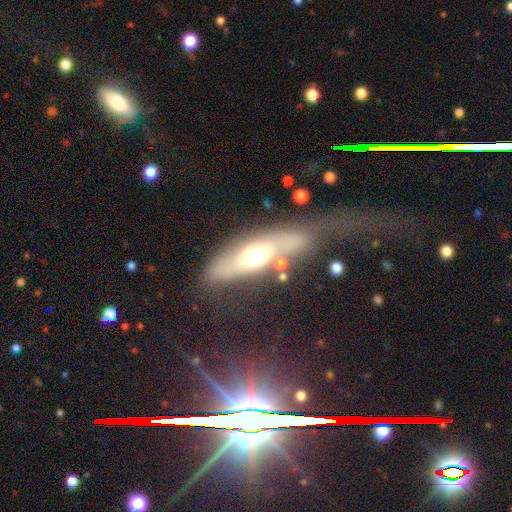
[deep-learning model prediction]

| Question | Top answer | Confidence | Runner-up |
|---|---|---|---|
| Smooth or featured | featured or disk | 53% | smooth (40%) |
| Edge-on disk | no | 57% | yes (43%) |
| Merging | none | 39% | major disturbance (29%) |